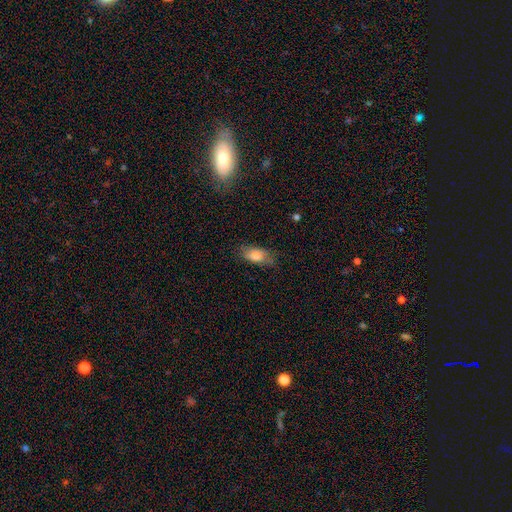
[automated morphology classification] smooth 79%, featured or disk 13%, star or artifact 8%. Down the decision tree: how rounded — in between (87%); merging — none (67%).